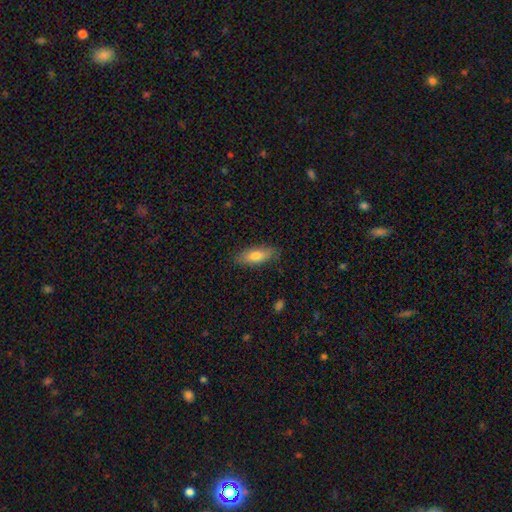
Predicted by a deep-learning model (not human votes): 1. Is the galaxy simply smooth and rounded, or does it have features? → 75% smooth, 19% featured or disk, 7% star or artifact.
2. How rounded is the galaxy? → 73% in between, 25% cigar-shaped, 3% round.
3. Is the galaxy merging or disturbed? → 84% none, 12% minor disturbance, 2% major disturbance, 1% merger.